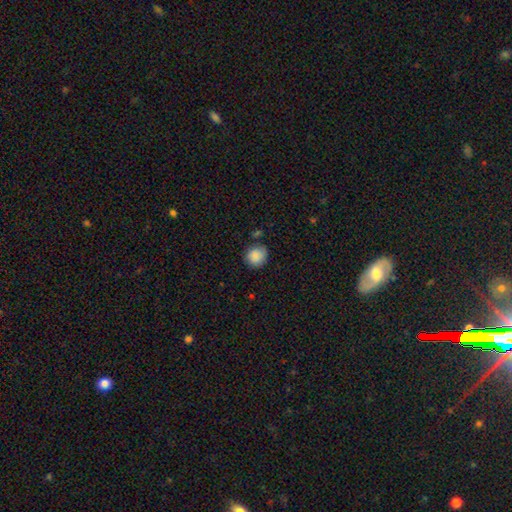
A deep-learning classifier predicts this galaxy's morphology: Overall: smooth (88%). How rounded: round (84%). Merging: none (80%).